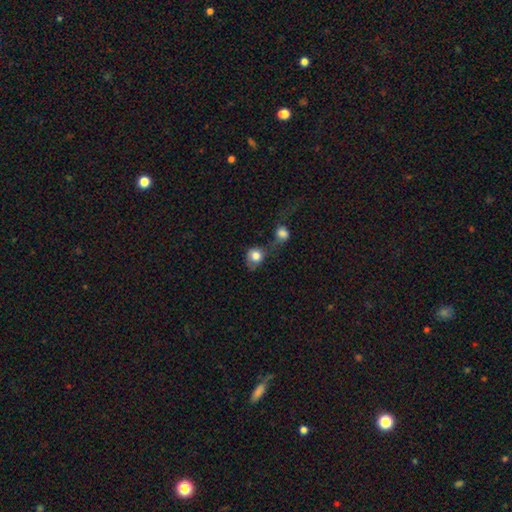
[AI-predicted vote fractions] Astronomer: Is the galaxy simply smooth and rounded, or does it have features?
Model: smooth — 78%.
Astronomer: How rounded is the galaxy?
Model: round — 67%.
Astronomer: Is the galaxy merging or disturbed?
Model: merger — 50%.